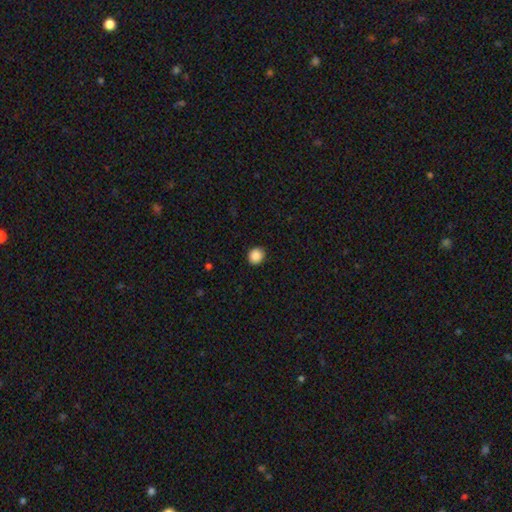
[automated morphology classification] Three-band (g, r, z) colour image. It shows a smooth galaxy with no disk features (88%) that is round (81%). Merging: none (91%).